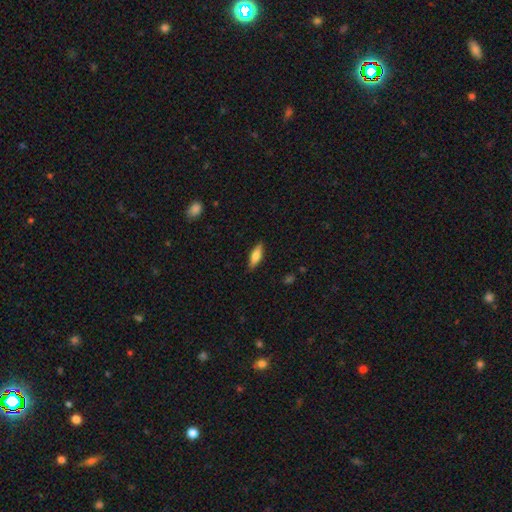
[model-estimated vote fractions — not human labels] This is likely a smooth galaxy (69%). How rounded: possibly in between (50%). Merging: clearly none (87%).